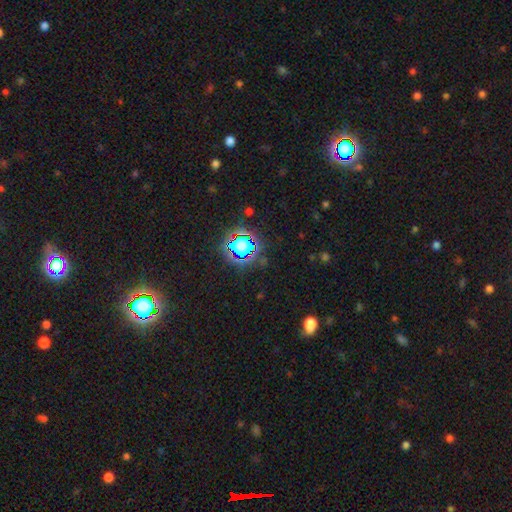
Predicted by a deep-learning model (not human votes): Q: Smooth or featured?
A: star or artifact (78%); runner-up: smooth (14%)